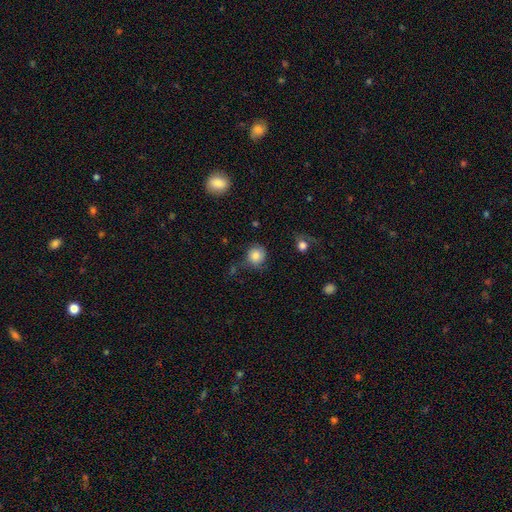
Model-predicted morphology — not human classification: This appears to be a smooth galaxy with no disk features (82%) that is round (89%). Merging: none (69%).